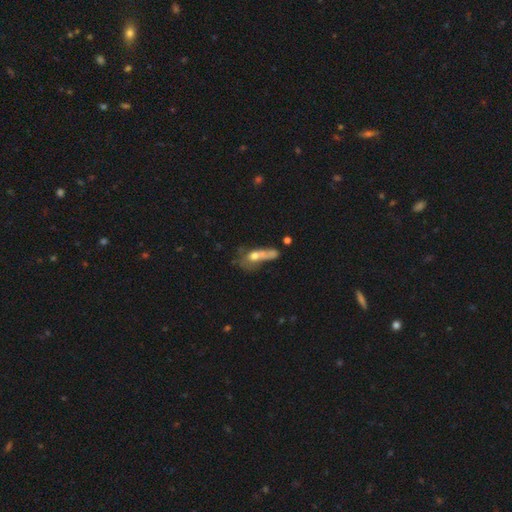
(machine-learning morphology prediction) A smooth galaxy with no disk features (48%).

Vote fractions:
- Smooth or featured? smooth: 48% / featured or disk: 38% / star or artifact: 14%
- Merging? major disturbance: 36% / merger: 31% / none: 20% / minor disturbance: 14%